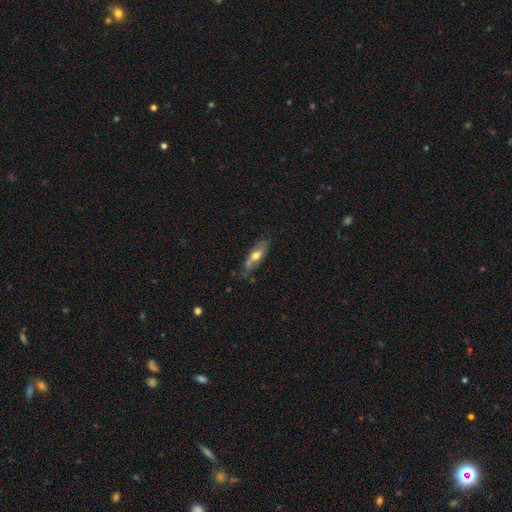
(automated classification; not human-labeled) smooth_or_featured: smooth (p=0.53) [alt: featured or disk p=0.40]
how_rounded: in between (p=0.60) [alt: cigar-shaped p=0.38]
merging: none (p=0.66) [alt: minor disturbance p=0.24]